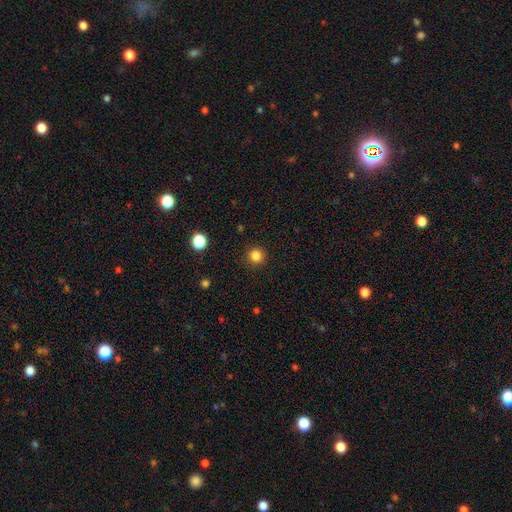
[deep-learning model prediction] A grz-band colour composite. It shows a smooth galaxy with no disk features (84%) that is round (94%). Merging: none (91%).